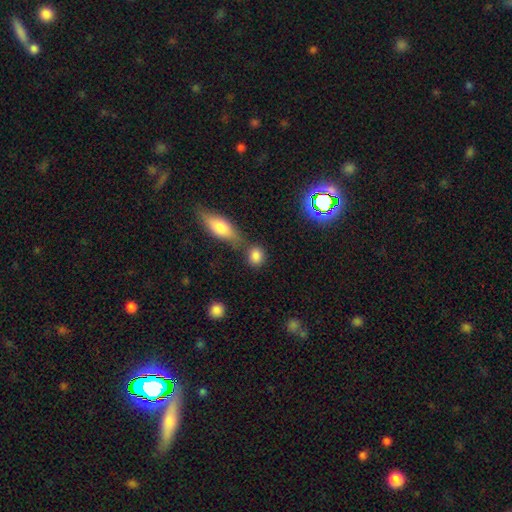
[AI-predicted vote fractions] Q: Smooth or featured?
A: smooth (83%); runner-up: star or artifact (11%)
Q: How rounded?
A: round (62%); runner-up: in between (35%)
Q: Merging?
A: none (64%); runner-up: merger (19%)